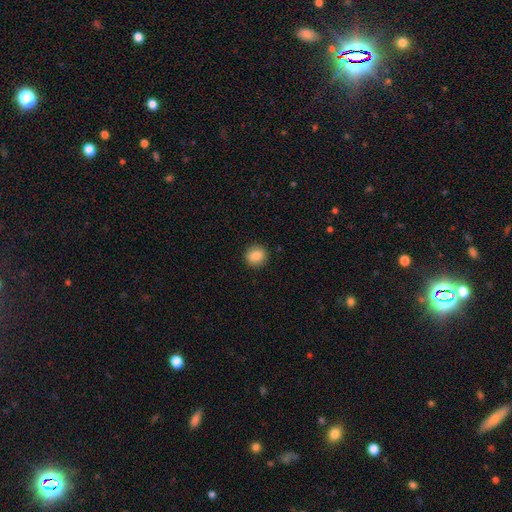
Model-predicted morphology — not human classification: Q: Smooth or featured?
A: smooth (88%); runner-up: star or artifact (9%)
Q: How rounded?
A: round (79%); runner-up: in between (20%)
Q: Merging?
A: none (90%); runner-up: minor disturbance (7%)